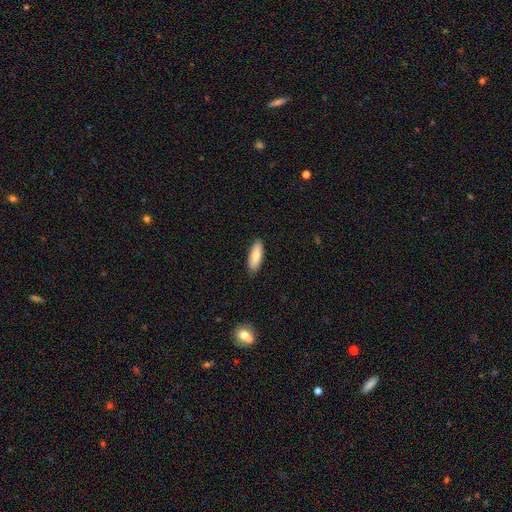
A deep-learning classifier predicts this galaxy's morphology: Smooth or featured? smooth (83%)
How rounded? in between (62%)
Merging? none (87%)